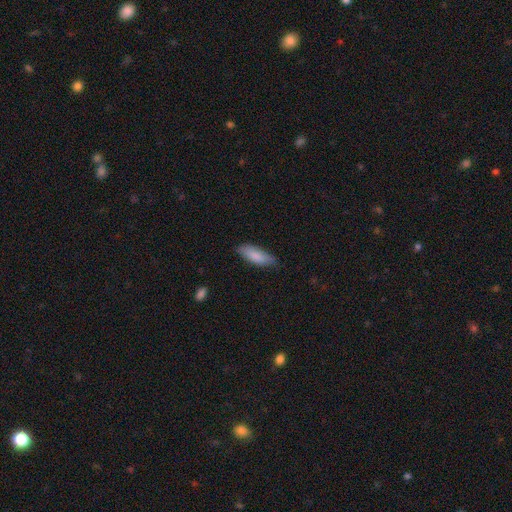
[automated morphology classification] smooth_or_featured: smooth (p=0.85) [alt: featured or disk p=0.09]
how_rounded: in between (p=0.64) [alt: cigar-shaped p=0.34]
merging: none (p=0.79) [alt: minor disturbance p=0.17]